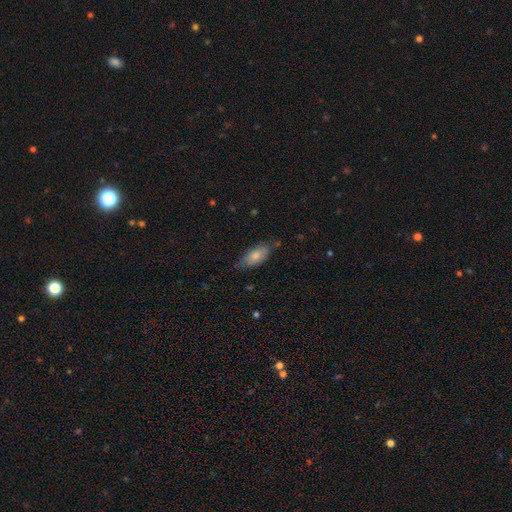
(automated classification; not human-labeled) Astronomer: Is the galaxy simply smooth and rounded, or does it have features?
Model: smooth — 76%.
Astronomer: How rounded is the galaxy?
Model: in between — 85%.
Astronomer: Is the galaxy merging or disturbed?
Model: none — 67%.